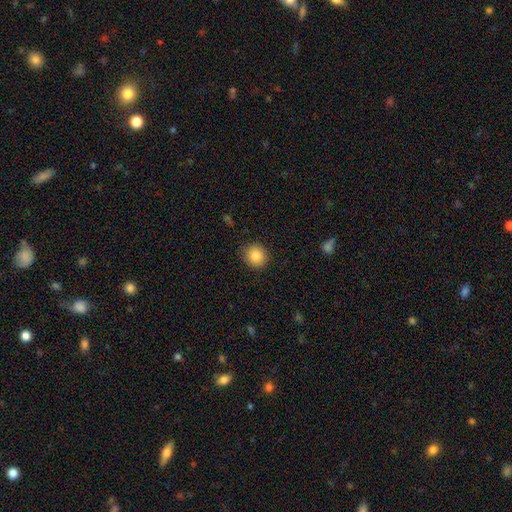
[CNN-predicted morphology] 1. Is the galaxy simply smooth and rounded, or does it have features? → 86% smooth, 9% star or artifact, 5% featured or disk.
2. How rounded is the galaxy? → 85% round, 14% in between, 1% cigar-shaped.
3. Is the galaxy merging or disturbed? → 88% none, 8% minor disturbance, 2% major disturbance, 1% merger.